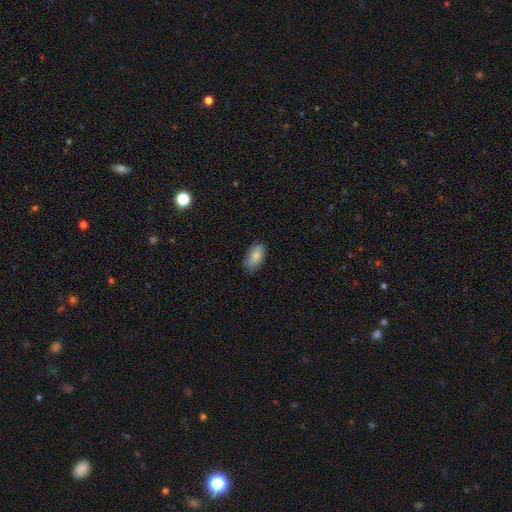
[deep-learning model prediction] smooth_or_featured: smooth (p=0.85) [alt: featured or disk p=0.08]
how_rounded: in between (p=0.92) [alt: round p=0.04]
merging: none (p=0.77) [alt: minor disturbance p=0.19]